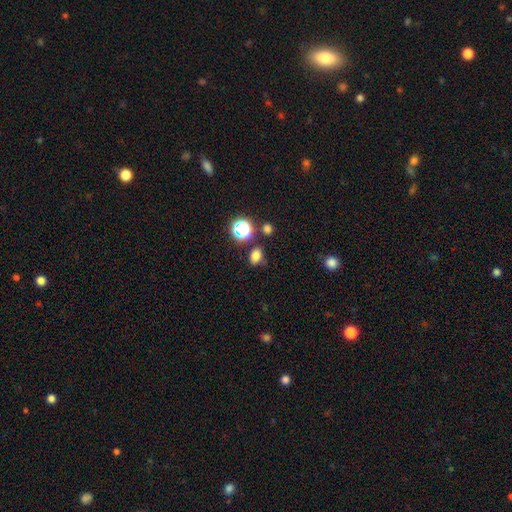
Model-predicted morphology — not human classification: Smooth or featured? smooth (75%)
How rounded? in between (66%)
Merging? none (75%)